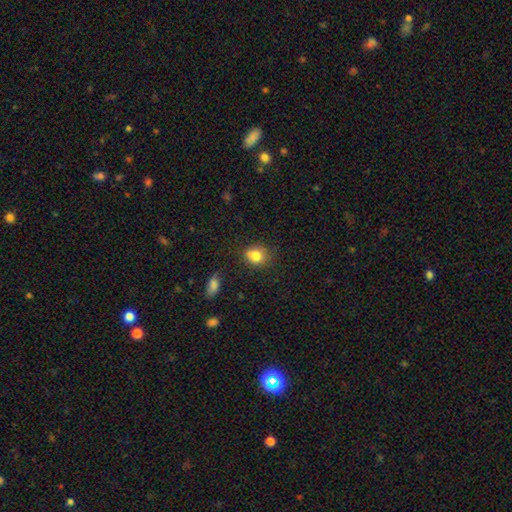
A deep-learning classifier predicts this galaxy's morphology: A smooth galaxy with no disk features (80%) that is round (69%).

Vote fractions:
- Smooth or featured? smooth: 80% / star or artifact: 11% / featured or disk: 9%
- How rounded? round: 69% / in between: 30% / cigar-shaped: 1%
- Merging? none: 64% / minor disturbance: 19% / merger: 12% / major disturbance: 5%